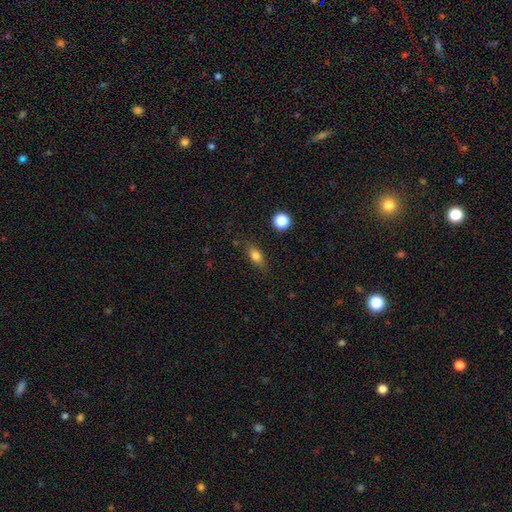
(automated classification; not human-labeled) This is likely a smooth galaxy (78%). How rounded: likely in between (74%). Merging: likely none (79%).